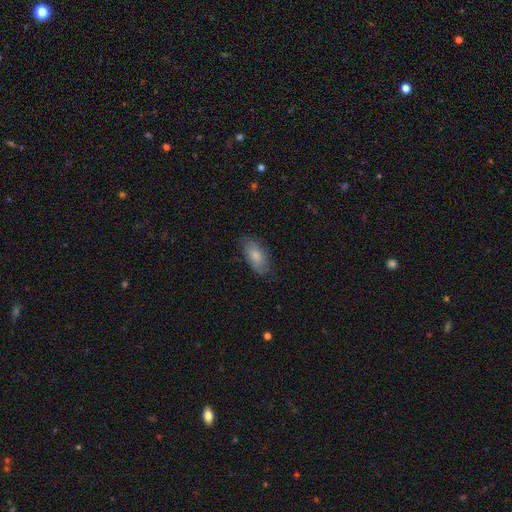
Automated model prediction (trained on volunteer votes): smooth 79%, featured or disk 14%, star or artifact 6%. Down the decision tree: how rounded — in between (90%); merging — none (77%).